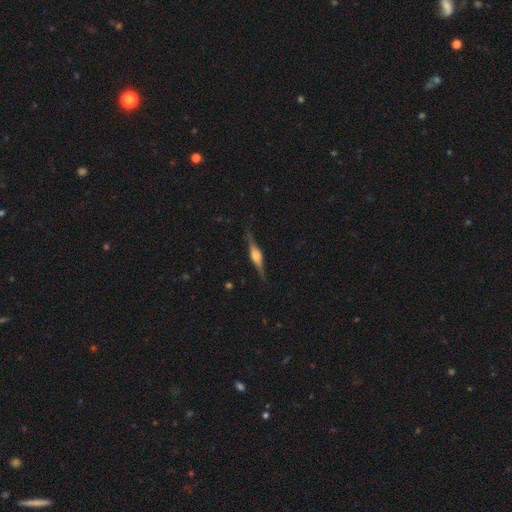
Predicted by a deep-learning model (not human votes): Smooth or featured?
  - featured or disk: 79% *
  - smooth: 15%
  - star or artifact: 6%
Edge-on disk?
  - yes: 98% *
  - no: 2%
Edge-on bulge?
  - rounded: 82% *
  - boxy: 15%
  - none: 2%
Merging?
  - none: 85% *
  - minor disturbance: 11%
  - major disturbance: 3%
  - merger: 1%